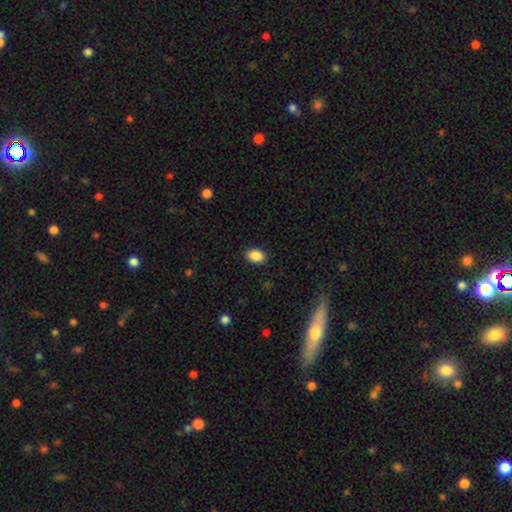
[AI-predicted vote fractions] The model was most divided on "how rounded": in between: 82%, round: 17%, cigar-shaped: 1%. More confident: smooth or featured — smooth (89%); merging — none (88%).